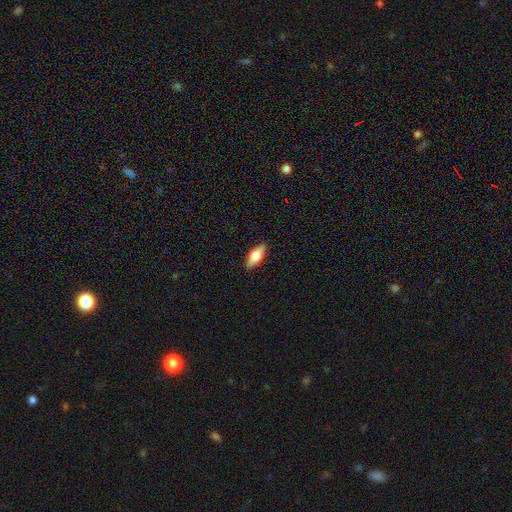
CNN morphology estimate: type=smooth (59%); roundness=in between (70%); merging=none (88%).